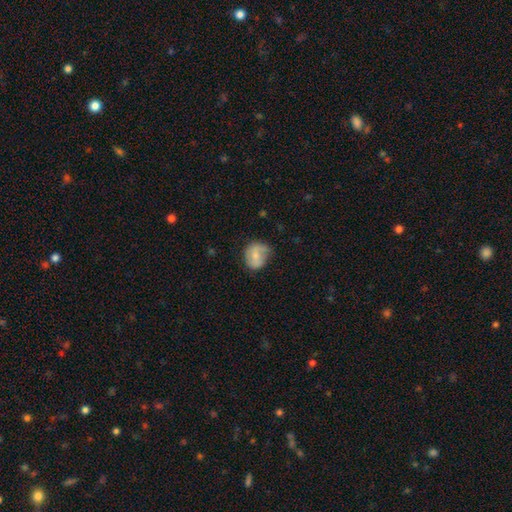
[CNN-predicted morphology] Q: Smooth or featured?
A: smooth (62%); runner-up: featured or disk (31%)
Q: How rounded?
A: round (66%); runner-up: in between (33%)
Q: Merging?
A: none (58%); runner-up: minor disturbance (30%)